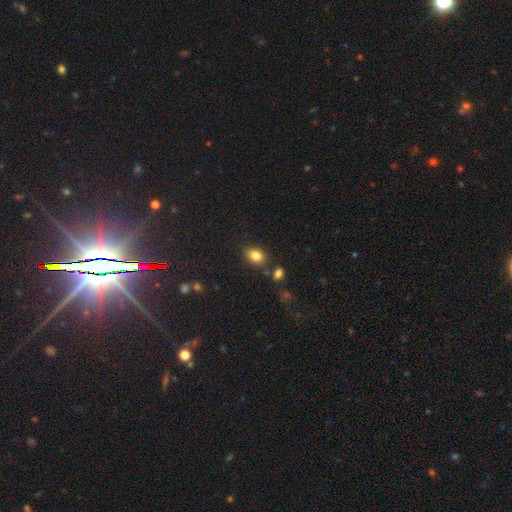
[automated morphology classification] type=smooth (82%); roundness=in between (68%); merging=none (75%).